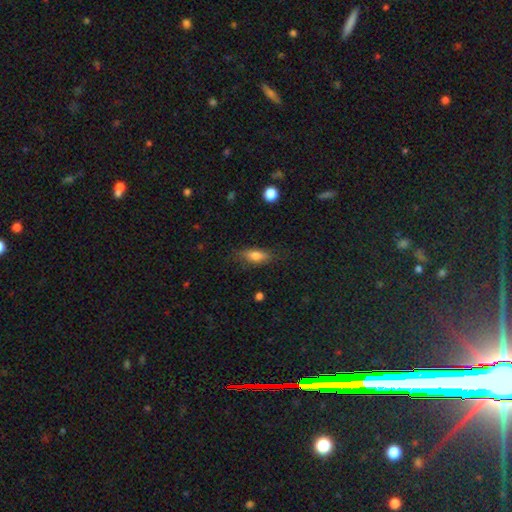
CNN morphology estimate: smooth-or-featured: smooth: 75% | featured or disk: 16% | star or artifact: 8%
  how-rounded: in between: 74% | cigar-shaped: 22% | round: 4%
  merging: none: 74% | minor disturbance: 19% | major disturbance: 5% | merger: 1%